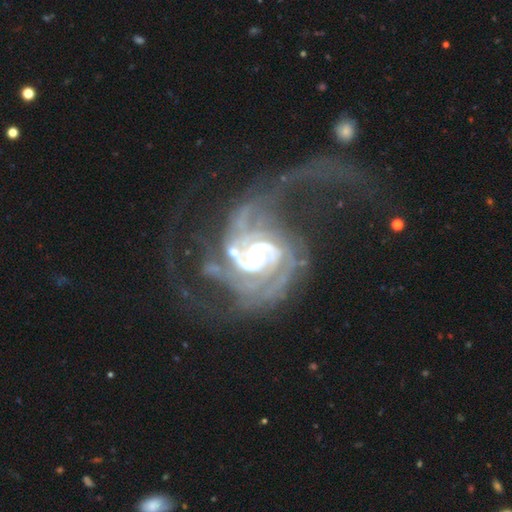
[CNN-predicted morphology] type=featured or disk (91%); edge-on=no (98%); bar=weak (40%); spiral arms=yes (97%); winding=tight (46%); arm count=2 (55%); bulge=moderate (59%); merging=major disturbance (37%).